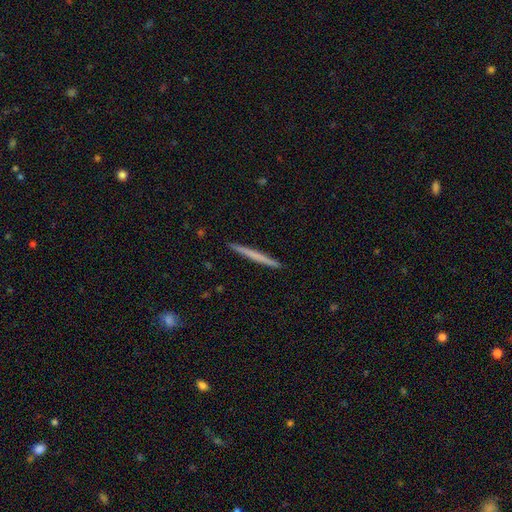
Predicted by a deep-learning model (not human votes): smooth-or-featured: smooth: 56% | featured or disk: 38% | star or artifact: 5%
  how-rounded: cigar-shaped: 97% | in between: 2% | round: 1%
  merging: none: 93% | minor disturbance: 5% | major disturbance: 1% | merger: 1%